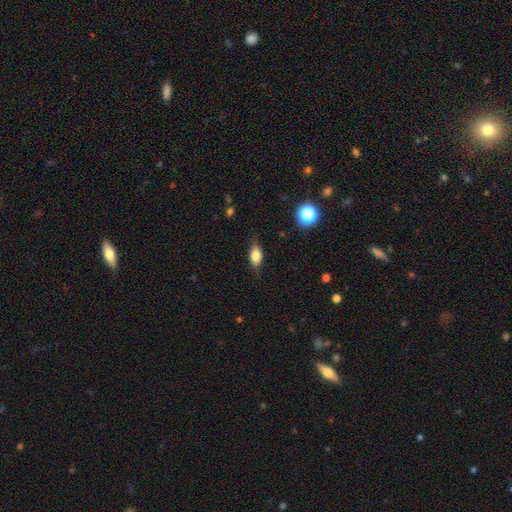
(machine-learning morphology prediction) smooth 73%, featured or disk 19%, star or artifact 9%. Down the decision tree: how rounded — in between (81%); merging — none (75%).